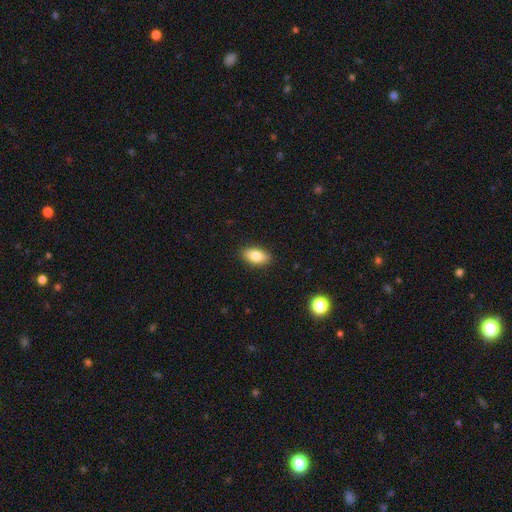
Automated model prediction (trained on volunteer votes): Smooth or featured? Predicted: smooth (p=0.83). How rounded? Predicted: in between (p=0.91). Merging? Predicted: none (p=0.89).